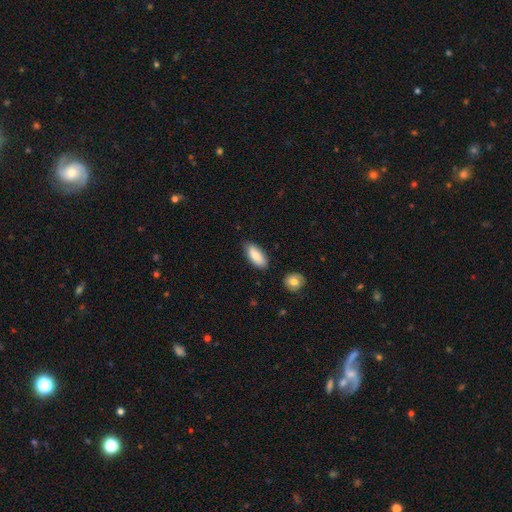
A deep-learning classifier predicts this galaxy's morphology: A smooth galaxy with no disk features (85%) that is in between round and cigar-shaped (83%).

Vote fractions:
- Smooth or featured? smooth: 85% / featured or disk: 9% / star or artifact: 6%
- How rounded? in between: 83% / cigar-shaped: 15% / round: 2%
- Merging? none: 81% / minor disturbance: 14% / merger: 3% / major disturbance: 3%